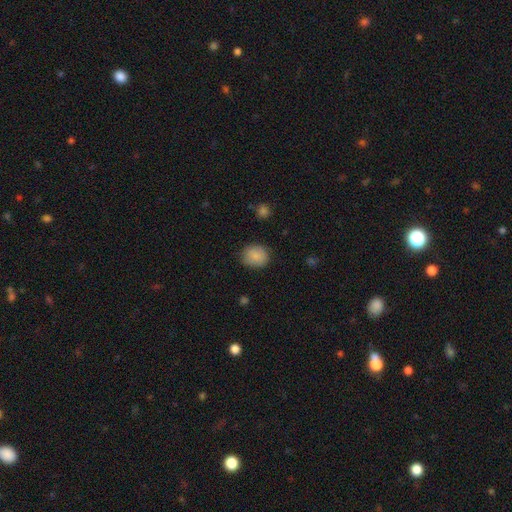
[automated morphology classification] This appears to be a smooth galaxy with no disk features (86%) that is round (68%). Merging: none (81%).